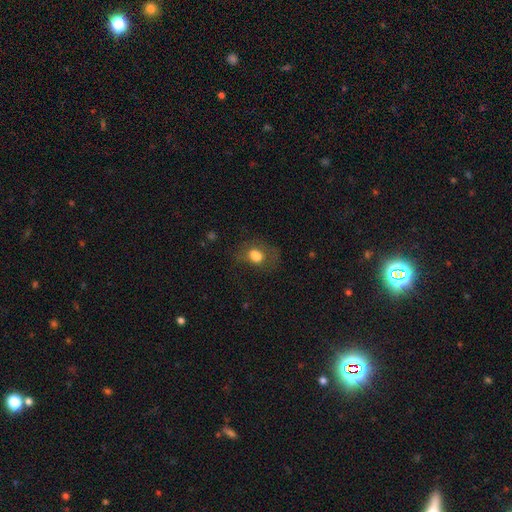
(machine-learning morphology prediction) smooth 71%, featured or disk 17%, star or artifact 12%. Down the decision tree: how rounded — in between (58%); merging — none (50%).